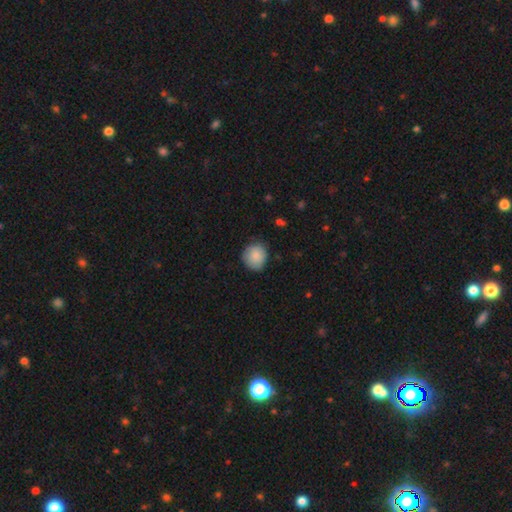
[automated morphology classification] Smooth or featured? smooth (85%)
How rounded? round (82%)
Merging? none (78%)